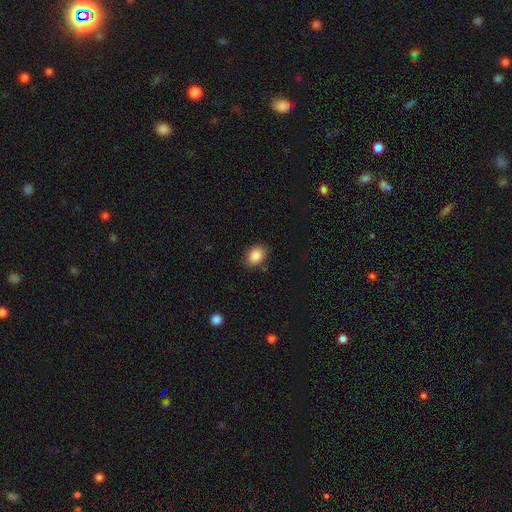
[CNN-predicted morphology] Smooth or featured? Predicted: smooth (p=0.87). How rounded? Predicted: in between (p=0.69). Merging? Predicted: none (p=0.79).